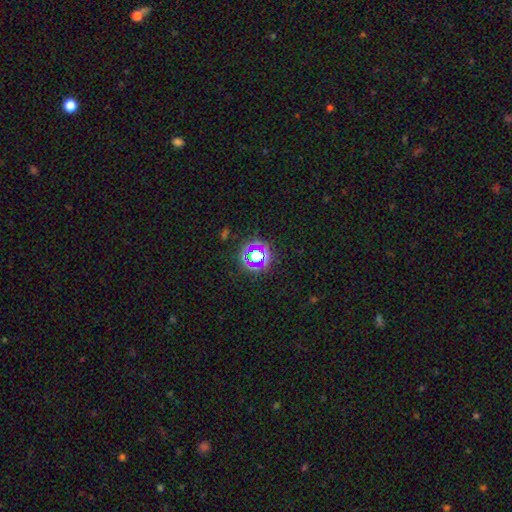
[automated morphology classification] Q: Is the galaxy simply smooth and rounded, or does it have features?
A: star or artifact — 66%.